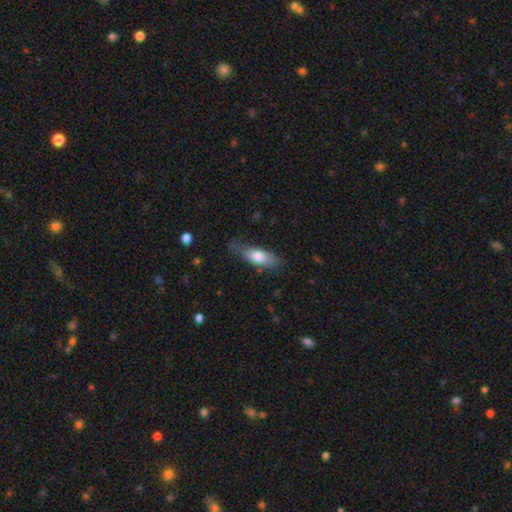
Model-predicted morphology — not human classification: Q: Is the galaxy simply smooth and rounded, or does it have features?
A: smooth — 65%.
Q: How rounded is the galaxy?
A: in between — 54%.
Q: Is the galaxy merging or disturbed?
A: none — 67%.